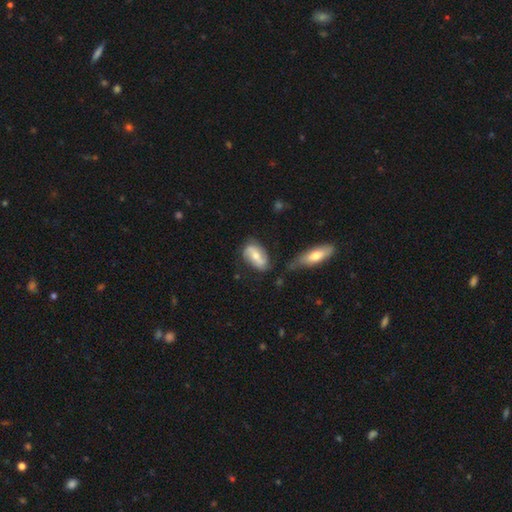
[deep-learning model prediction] Smooth or featured: featured or disk — 60% (smooth — 34%)
Edge-on disk: no — 90% (yes — 10%)
Bar: strong — 37% (weak — 33%)
Spiral arms: yes — 79% (no — 21%)
Bulge size: moderate — 56% (small — 38%)
Merging: none — 65% (minor disturbance — 22%)